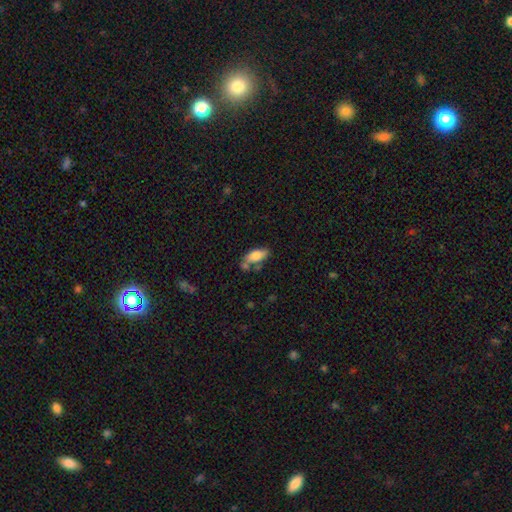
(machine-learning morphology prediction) type=smooth (77%); roundness=in between (82%); merging=none (55%).